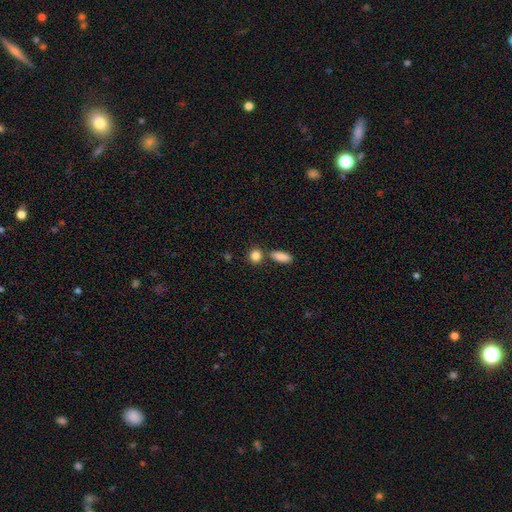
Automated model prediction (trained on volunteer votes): Smooth or featured? Predicted: smooth (p=0.87). How rounded? Predicted: round (p=0.68). Merging? Predicted: none (p=0.69).